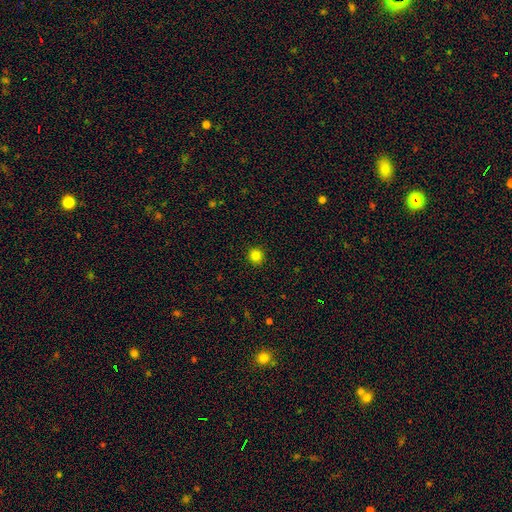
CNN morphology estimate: A smooth galaxy with no disk features (83%) that is round (93%).

Vote fractions:
- Smooth or featured? smooth: 83% / star or artifact: 13% / featured or disk: 4%
- How rounded? round: 93% / in between: 6% / cigar-shaped: 1%
- Merging? none: 92% / minor disturbance: 5% / major disturbance: 2% / merger: 1%